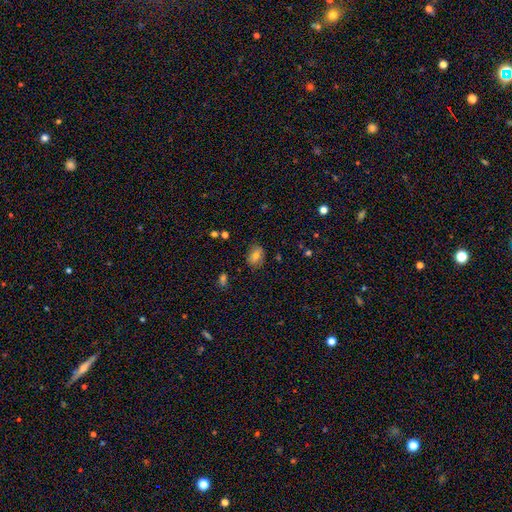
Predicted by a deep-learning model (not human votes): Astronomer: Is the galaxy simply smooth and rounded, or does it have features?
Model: smooth — 75%.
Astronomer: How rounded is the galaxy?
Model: in between — 70%.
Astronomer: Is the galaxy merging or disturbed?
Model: none — 80%.